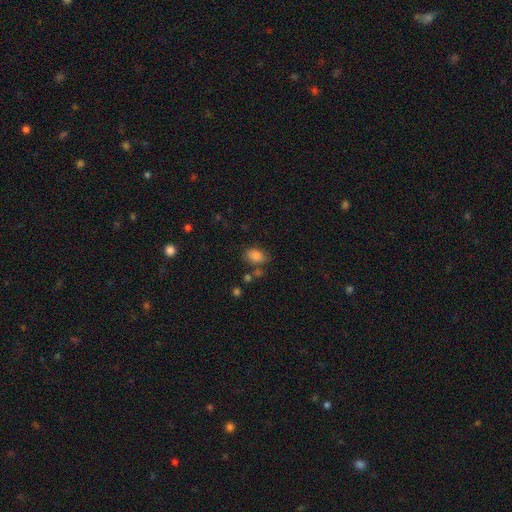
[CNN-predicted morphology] smooth-or-featured: smooth: 83% | star or artifact: 10% | featured or disk: 7%
  how-rounded: in between: 85% | round: 13% | cigar-shaped: 2%
  merging: none: 69% | minor disturbance: 17% | merger: 8% | major disturbance: 5%